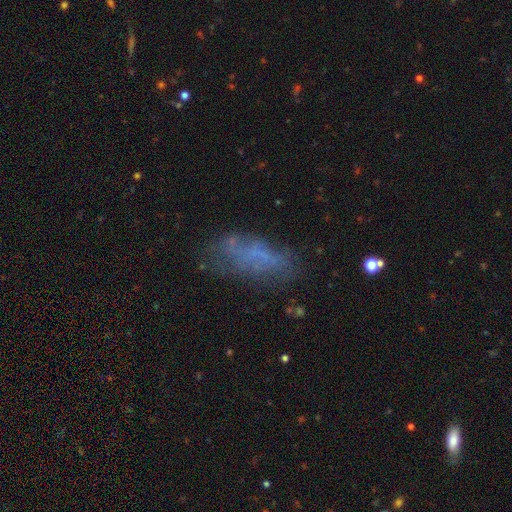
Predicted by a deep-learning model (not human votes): A smooth galaxy with no disk features (45%).

Vote fractions:
- Smooth or featured? smooth: 45% / featured or disk: 38% / star or artifact: 16%
- Merging? none: 54% / minor disturbance: 23% / major disturbance: 18% / merger: 5%